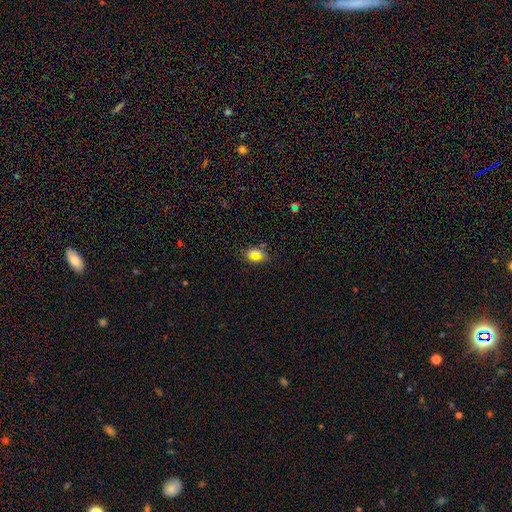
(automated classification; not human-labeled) smooth-or-featured: smooth: 61% | star or artifact: 29% | featured or disk: 10%
  how-rounded: in between: 71% | round: 22% | cigar-shaped: 6%
  merging: none: 79% | minor disturbance: 14% | major disturbance: 5% | merger: 2%